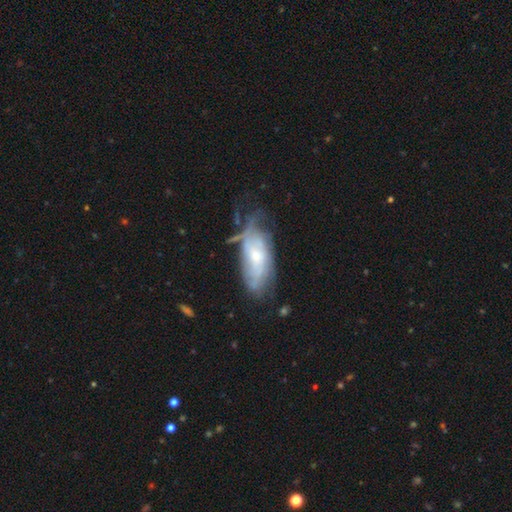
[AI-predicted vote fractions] Smooth or featured? featured or disk (63%)
Edge-on disk? no (88%)
Bar? no (71%)
Spiral arms? yes (71%)
Bulge size? small (57%)
Merging? none (46%)